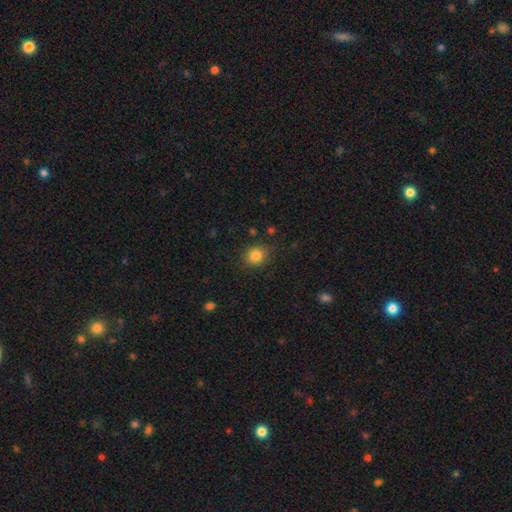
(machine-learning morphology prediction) Overall: smooth (83%). How rounded: round (76%). Merging: none (85%).